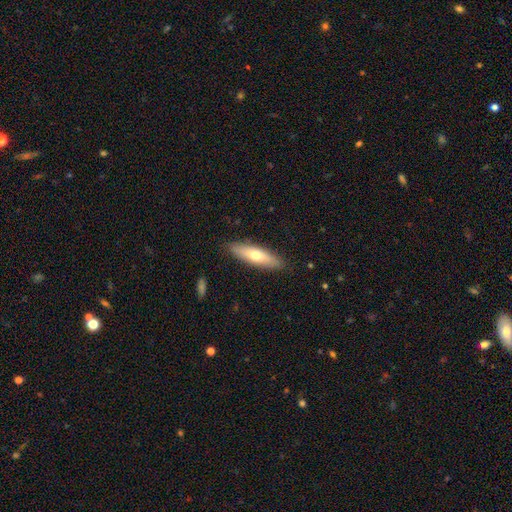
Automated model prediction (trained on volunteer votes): A smooth galaxy with no disk features (60%) that is cigar-shaped (61%).

Vote fractions:
- Smooth or featured? smooth: 60% / featured or disk: 34% / star or artifact: 6%
- How rounded? cigar-shaped: 61% / in between: 37% / round: 2%
- Merging? none: 87% / minor disturbance: 9% / major disturbance: 2% / merger: 1%